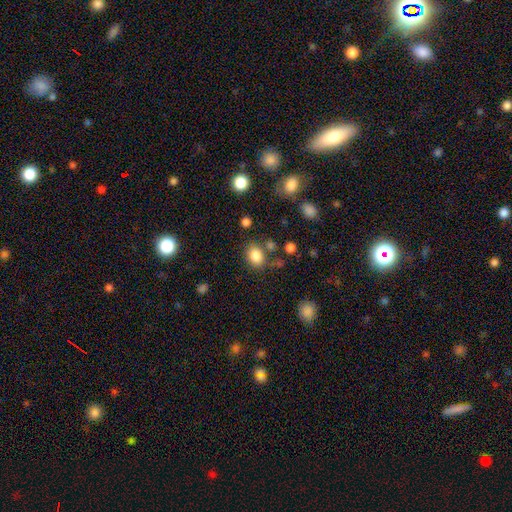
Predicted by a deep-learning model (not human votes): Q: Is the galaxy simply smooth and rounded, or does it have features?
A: smooth — 84%.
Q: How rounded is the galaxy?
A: in between — 55%.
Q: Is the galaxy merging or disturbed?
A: none — 74%.